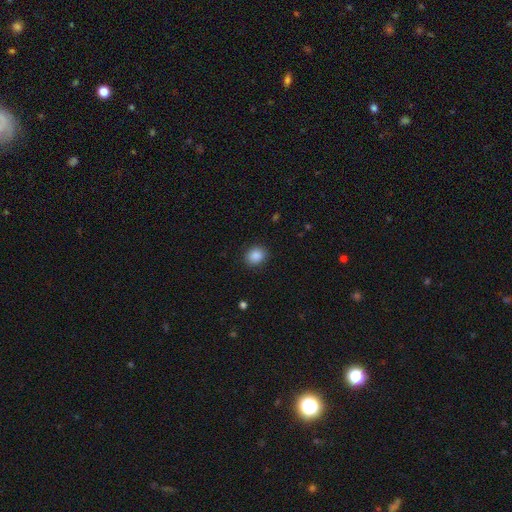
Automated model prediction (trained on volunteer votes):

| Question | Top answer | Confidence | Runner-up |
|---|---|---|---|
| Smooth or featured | smooth | 88% | star or artifact (9%) |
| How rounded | round | 61% | in between (38%) |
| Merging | none | 89% | minor disturbance (8%) |